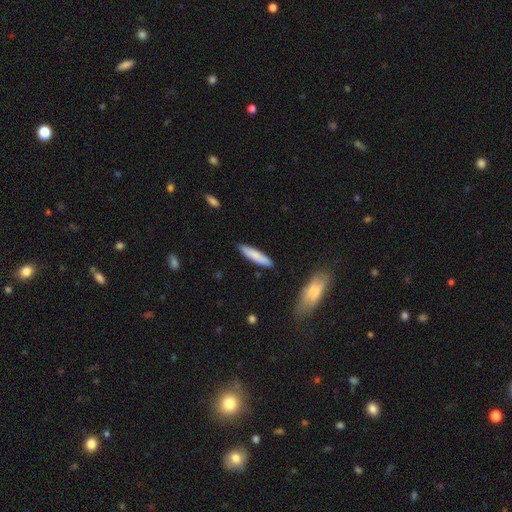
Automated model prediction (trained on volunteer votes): The model was most divided on "how rounded": cigar-shaped: 81%, in between: 17%, round: 1%. More confident: merging — none (88%); smooth or featured — smooth (81%).